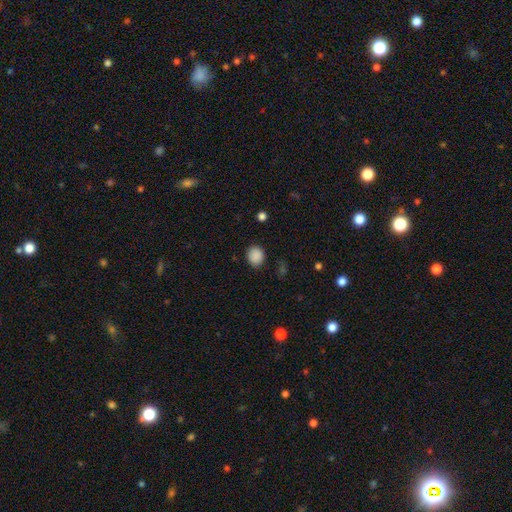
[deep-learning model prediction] smooth 88%, star or artifact 10%, featured or disk 3%. Down the decision tree: how rounded — round (69%); merging — none (84%).